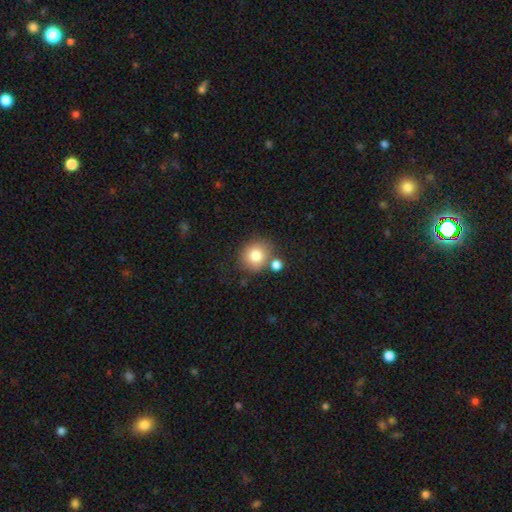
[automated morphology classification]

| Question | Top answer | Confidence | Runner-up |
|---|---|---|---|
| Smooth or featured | smooth | 80% | star or artifact (10%) |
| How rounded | round | 83% | in between (16%) |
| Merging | none | 70% | merger (15%) |